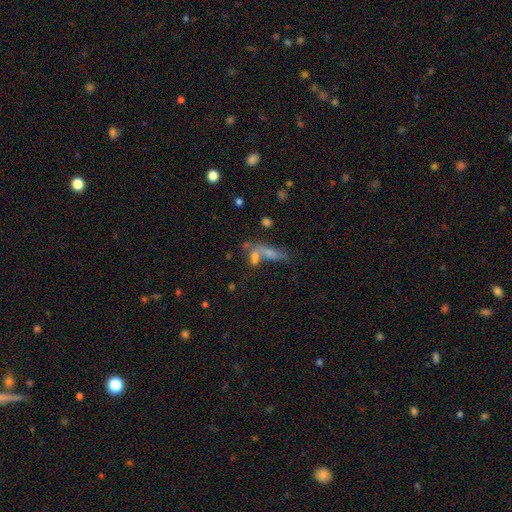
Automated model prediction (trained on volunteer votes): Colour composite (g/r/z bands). It shows a smooth galaxy with no disk features (53%) that is cigar-shaped (56%). Merging: merger (41%).